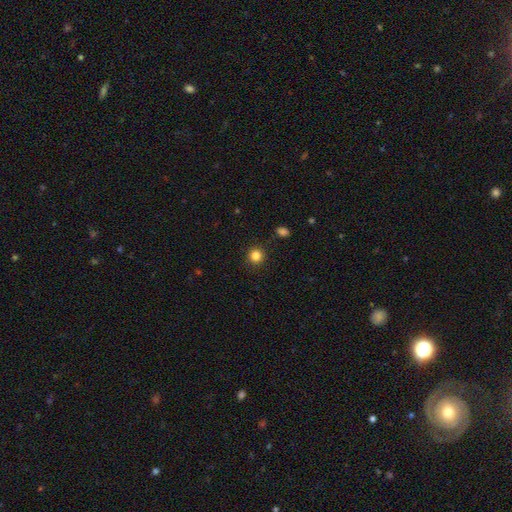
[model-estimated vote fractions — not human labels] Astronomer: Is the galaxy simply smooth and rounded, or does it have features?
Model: smooth — 83%.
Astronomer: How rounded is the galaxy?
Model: round — 93%.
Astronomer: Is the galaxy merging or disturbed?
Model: none — 91%.